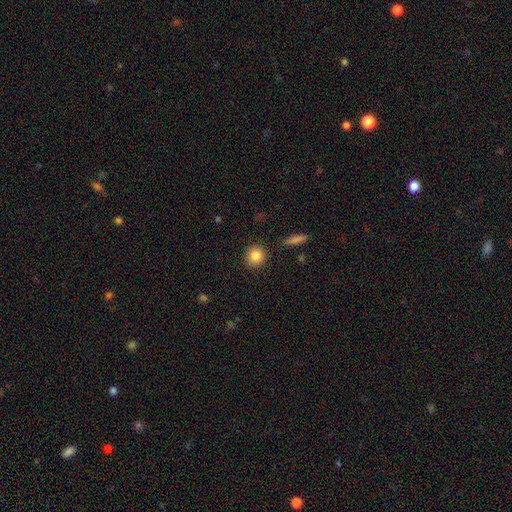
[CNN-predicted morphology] This appears to be a smooth galaxy with no disk features (85%) that is round (88%). Merging: none (90%).